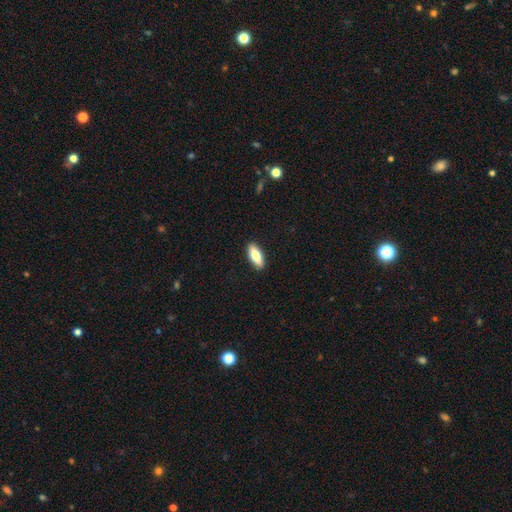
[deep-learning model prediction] Morphology: type=smooth (74%); roundness=in between (73%); merging=none (90%).